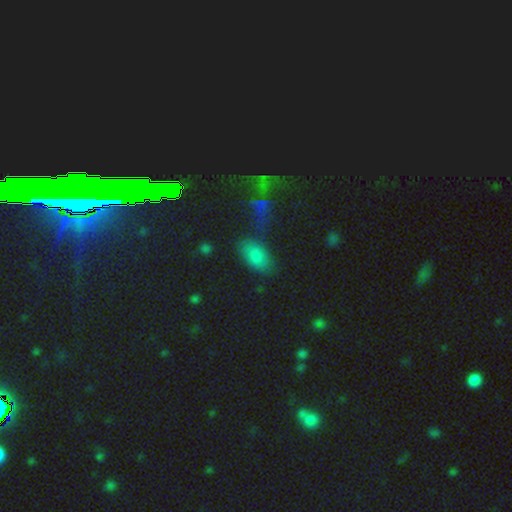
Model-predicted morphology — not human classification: This is likely a smooth galaxy (72%). How rounded: clearly in between (89%). Merging: likely none (72%).